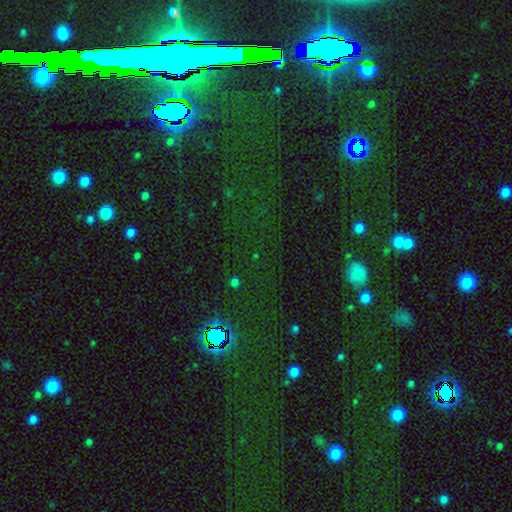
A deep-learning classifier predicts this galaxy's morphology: This appears to be a star or artifact, not a galaxy (77%).